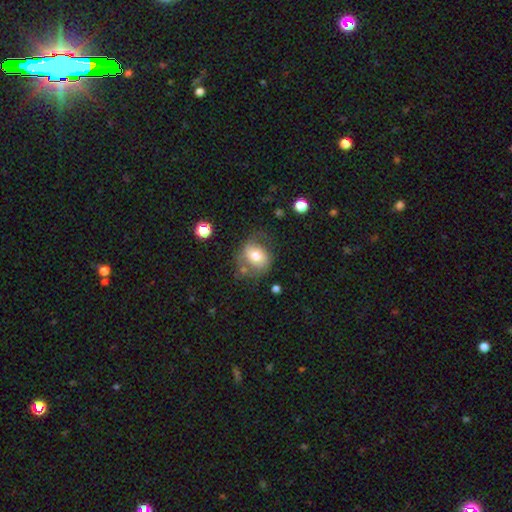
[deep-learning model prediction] Q: Smooth or featured?
A: smooth (59%); runner-up: featured or disk (33%)
Q: How rounded?
A: round (60%); runner-up: in between (39%)
Q: Merging?
A: none (50%); runner-up: minor disturbance (27%)